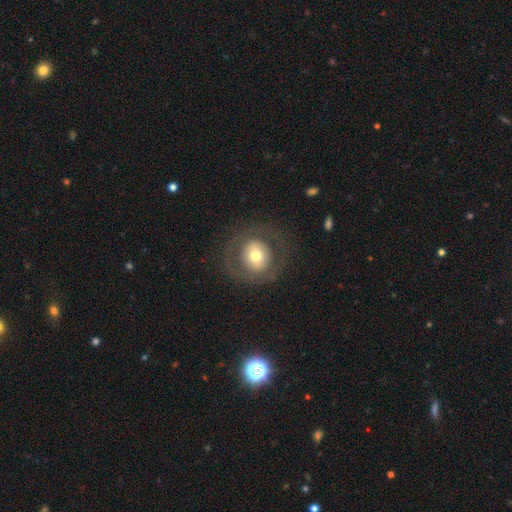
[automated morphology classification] smooth_or_featured: smooth (p=0.56) [alt: featured or disk p=0.36]
how_rounded: round (p=0.89) [alt: in between p=0.10]
merging: none (p=0.79) [alt: minor disturbance p=0.10]